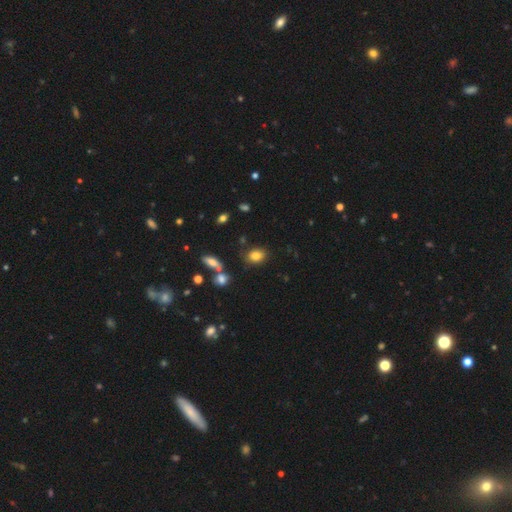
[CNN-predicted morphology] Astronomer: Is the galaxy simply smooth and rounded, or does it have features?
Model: smooth — 82%.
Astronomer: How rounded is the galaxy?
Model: in between — 70%.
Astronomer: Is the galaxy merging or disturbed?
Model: none — 79%.